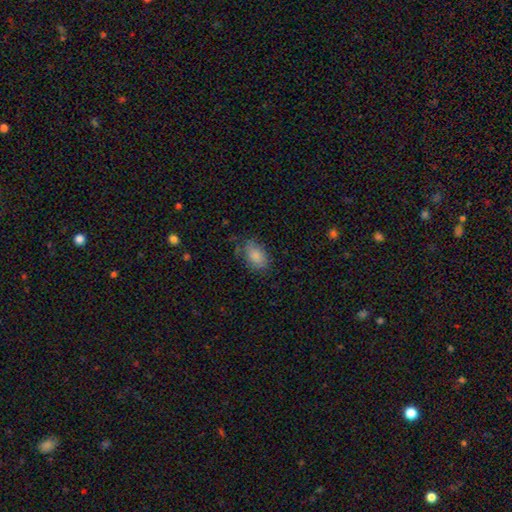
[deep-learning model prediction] Q: Smooth or featured?
A: smooth (83%); runner-up: featured or disk (9%)
Q: How rounded?
A: in between (87%); runner-up: round (12%)
Q: Merging?
A: none (66%); runner-up: minor disturbance (23%)